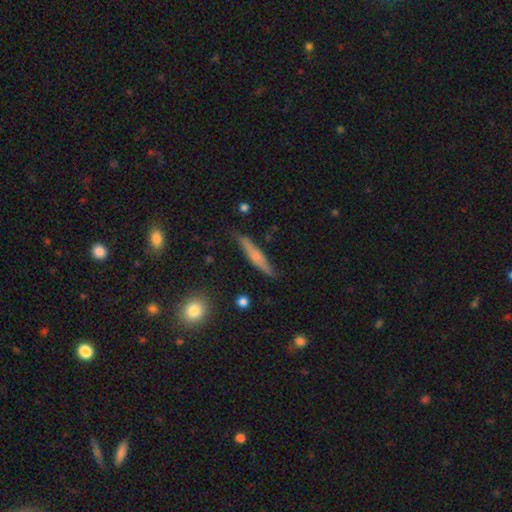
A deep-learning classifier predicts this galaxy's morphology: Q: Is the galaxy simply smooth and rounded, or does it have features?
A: smooth — 49%.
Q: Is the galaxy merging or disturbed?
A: none — 82%.